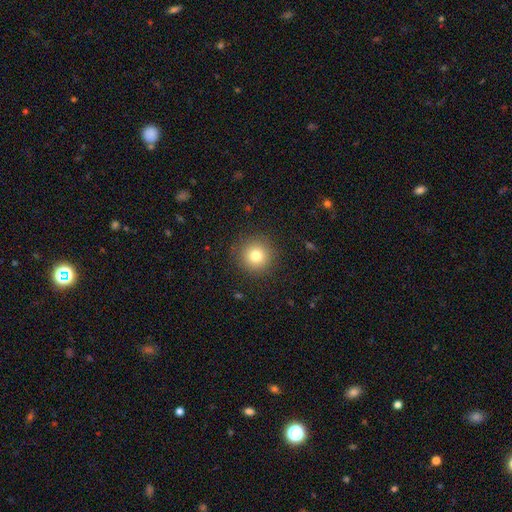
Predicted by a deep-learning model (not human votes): Morphology: type=smooth (79%); roundness=round (95%); merging=none (90%).